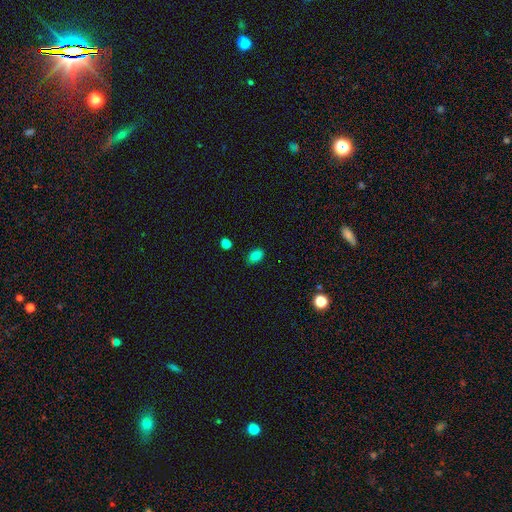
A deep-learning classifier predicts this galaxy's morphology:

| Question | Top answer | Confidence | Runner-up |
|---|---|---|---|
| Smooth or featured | smooth | 85% | star or artifact (11%) |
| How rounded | in between | 84% | round (14%) |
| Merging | none | 78% | minor disturbance (17%) |